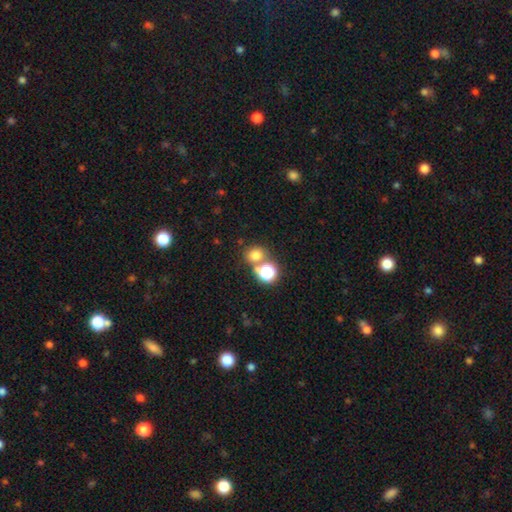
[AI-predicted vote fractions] Overall: smooth (71%). How rounded: round (80%). Merging: none (58%; merger 30%).